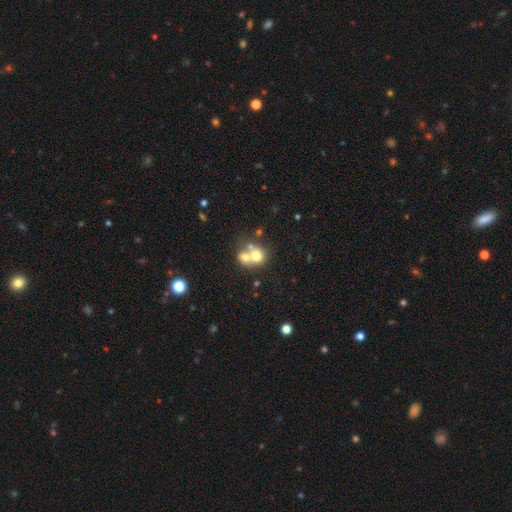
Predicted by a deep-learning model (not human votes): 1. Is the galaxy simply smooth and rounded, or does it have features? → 65% smooth, 23% featured or disk, 11% star or artifact.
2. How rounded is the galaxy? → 72% round, 27% in between, 1% cigar-shaped.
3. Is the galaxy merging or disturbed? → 62% merger, 28% none, 7% minor disturbance, 4% major disturbance.